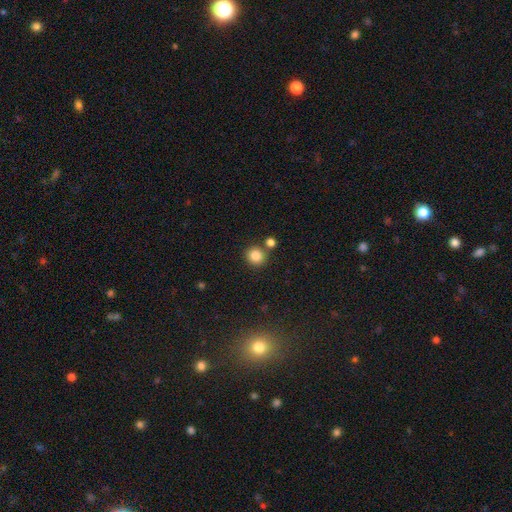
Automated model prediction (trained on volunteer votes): Smooth or featured? smooth (84%)
How rounded? round (89%)
Merging? none (77%)